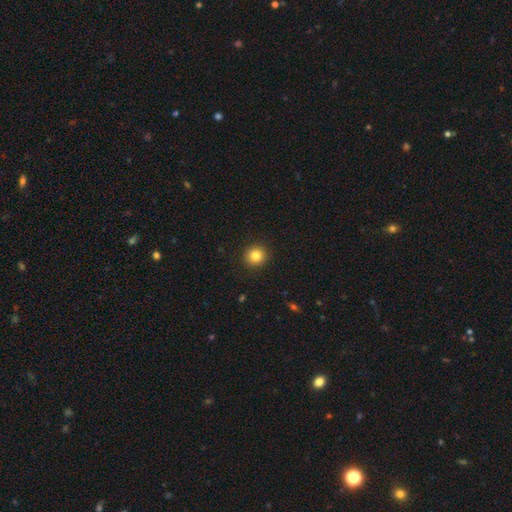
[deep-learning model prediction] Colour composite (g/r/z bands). It shows a smooth galaxy with no disk features (83%) that is round (91%). Merging: none (92%).